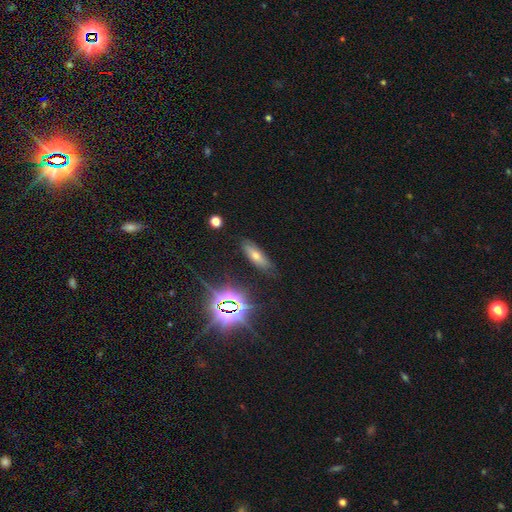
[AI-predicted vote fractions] This is possibly a smooth galaxy (46%). Merging: clearly none (84%).